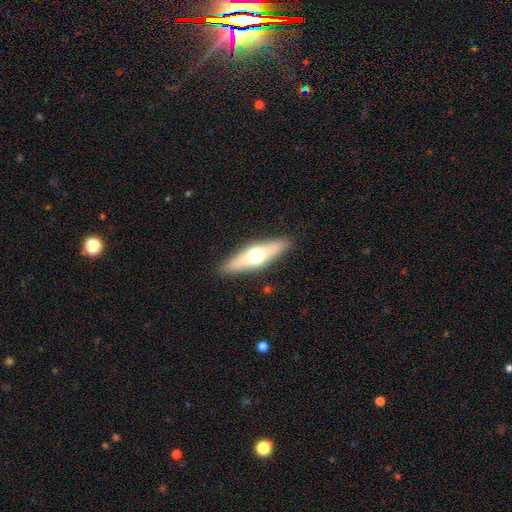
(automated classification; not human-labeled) Smooth or featured? Predicted: smooth (p=0.48). Merging? Predicted: none (p=0.88).